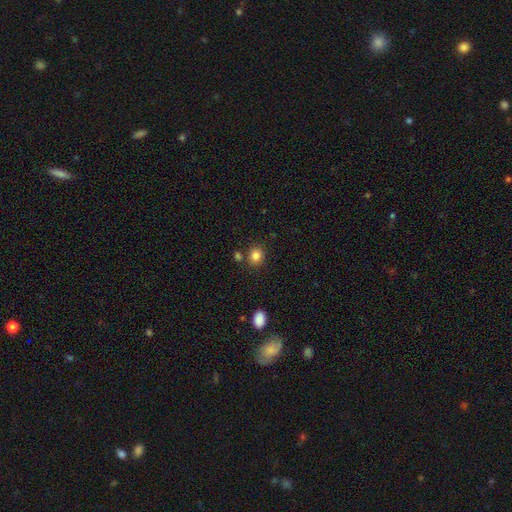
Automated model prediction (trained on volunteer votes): Q: Smooth or featured?
A: smooth (84%); runner-up: star or artifact (11%)
Q: How rounded?
A: round (75%); runner-up: in between (24%)
Q: Merging?
A: none (80%); runner-up: minor disturbance (9%)